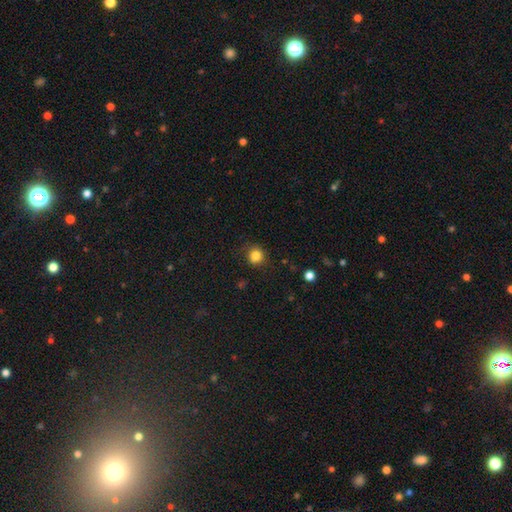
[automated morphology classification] Smooth or featured: smooth — 83% (star or artifact — 12%)
How rounded: round — 88% (in between — 11%)
Merging: none — 83% (minor disturbance — 13%)